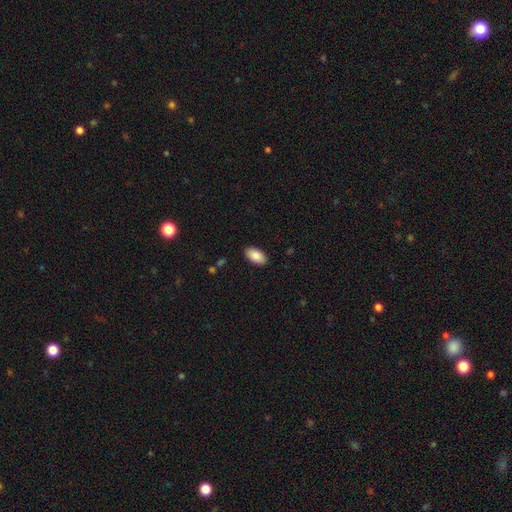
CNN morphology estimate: Overall: smooth (88%). How rounded: in between (95%). Merging: none (89%).